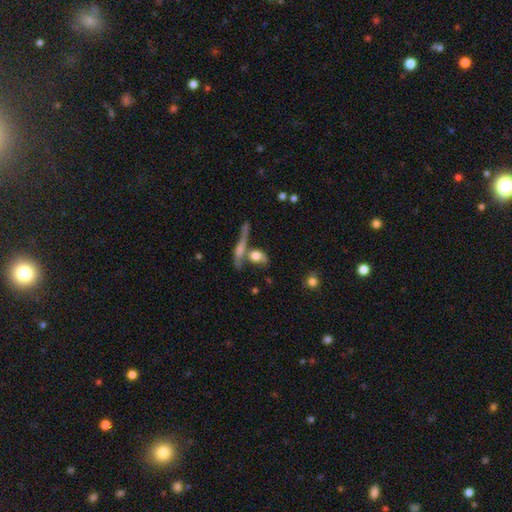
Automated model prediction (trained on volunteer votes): Smooth or featured?
  - smooth: 62% *
  - featured or disk: 28%
  - star or artifact: 10%
How rounded?
  - in between: 52% *
  - round: 32%
  - cigar-shaped: 16%
Merging?
  - merger: 40% *
  - none: 35%
  - minor disturbance: 13%
  - major disturbance: 12%